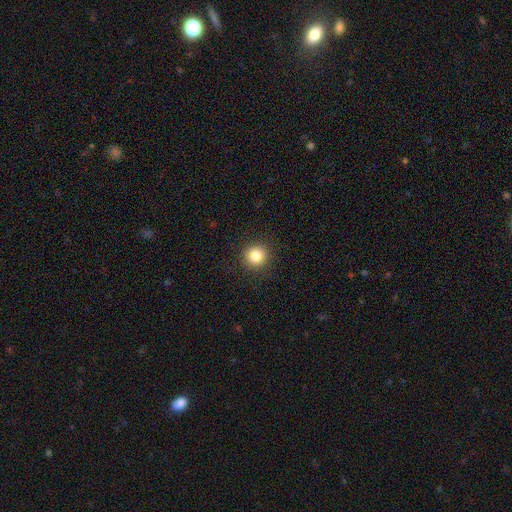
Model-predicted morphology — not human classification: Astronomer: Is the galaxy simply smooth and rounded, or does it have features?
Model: smooth — 84%.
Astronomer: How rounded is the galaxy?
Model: round — 94%.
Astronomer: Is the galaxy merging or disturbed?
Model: none — 92%.